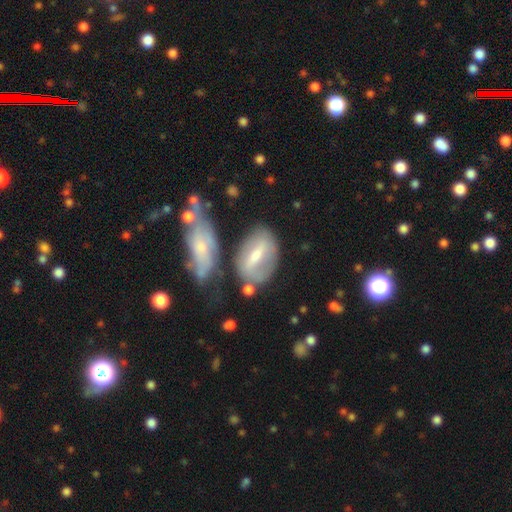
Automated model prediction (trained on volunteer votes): A featured or disk galaxy (52%). Merging: none (57%).